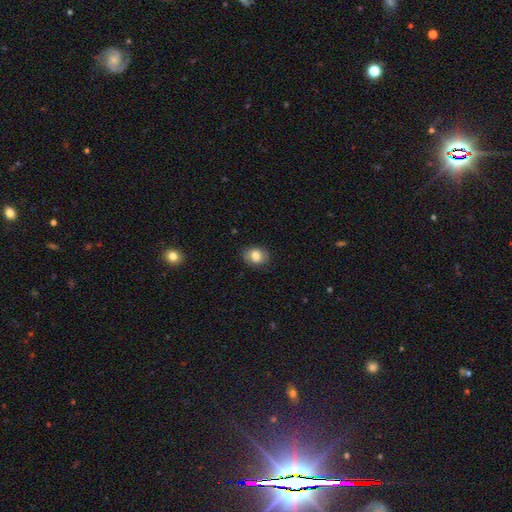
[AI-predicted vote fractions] A smooth galaxy with no disk features (78%) that is in between round and cigar-shaped (60%). Merging: none (81%).